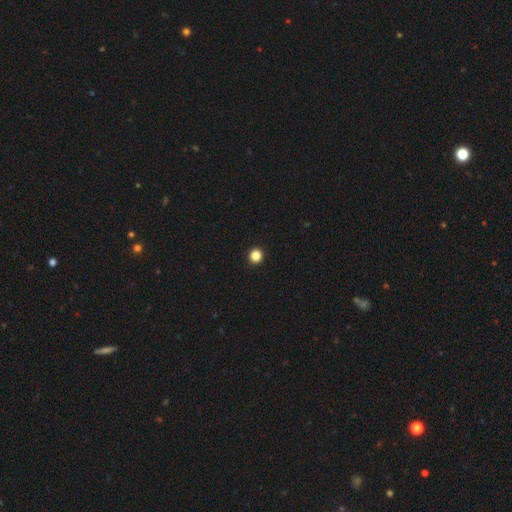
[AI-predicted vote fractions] This appears to be a smooth galaxy with no disk features (85%) that is round (95%). Merging: none (94%).